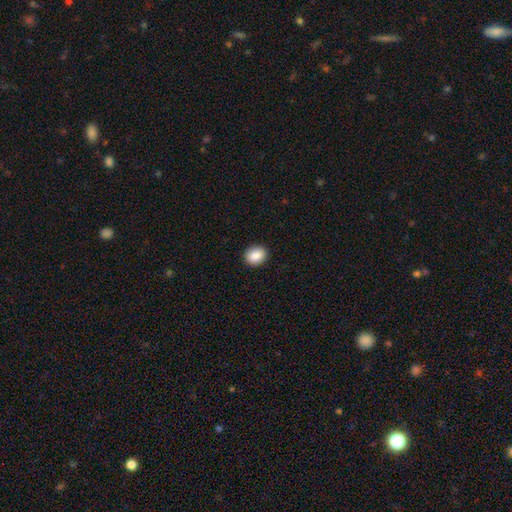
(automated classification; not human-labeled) This is clearly a smooth galaxy (86%). How rounded: likely round (61%). Merging: clearly none (92%).